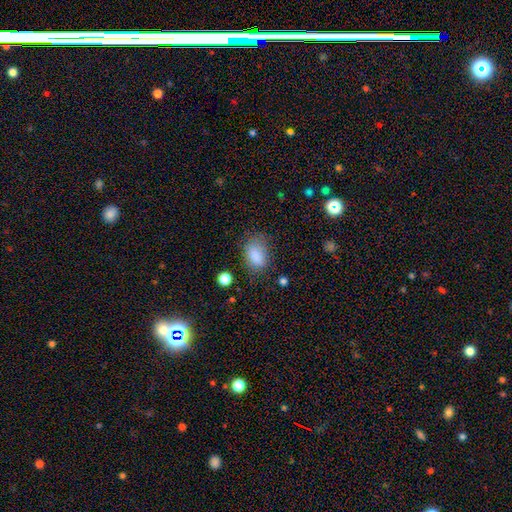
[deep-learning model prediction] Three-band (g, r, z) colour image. It shows a smooth galaxy with no disk features (84%) that is in between round and cigar-shaped (82%). Merging: none (66%).